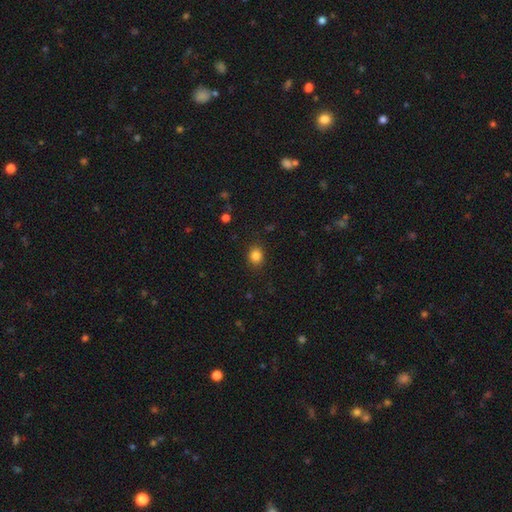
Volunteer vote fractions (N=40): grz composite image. It shows a smooth galaxy with no disk features (88%) that is round (74%). Merging: none (94%).